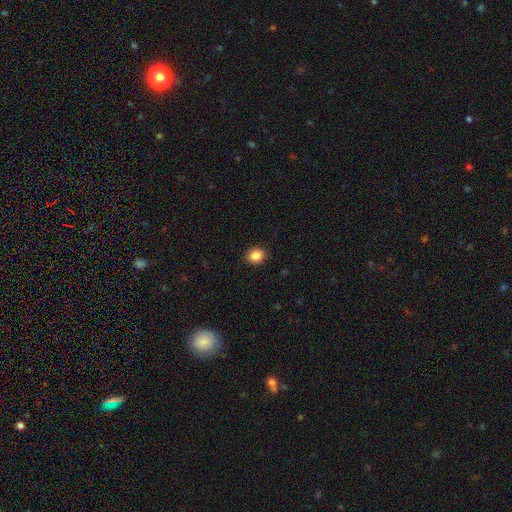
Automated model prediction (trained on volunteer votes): A smooth galaxy with no disk features (87%) that is round (68%). Merging: none (91%).